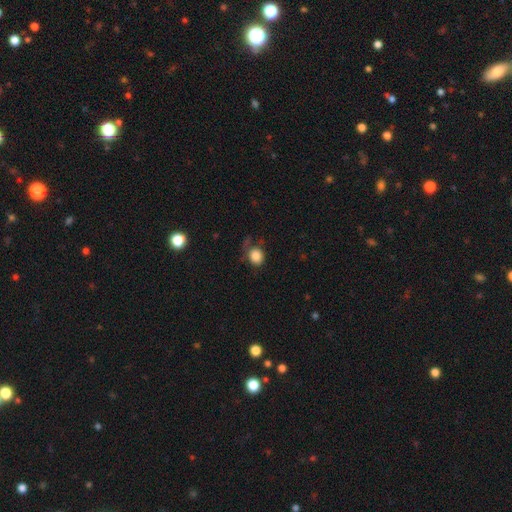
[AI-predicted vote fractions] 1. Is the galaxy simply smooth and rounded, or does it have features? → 84% smooth, 10% star or artifact, 6% featured or disk.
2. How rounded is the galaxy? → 69% round, 30% in between, 1% cigar-shaped.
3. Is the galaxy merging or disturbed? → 57% none, 25% minor disturbance, 15% major disturbance, 3% merger.